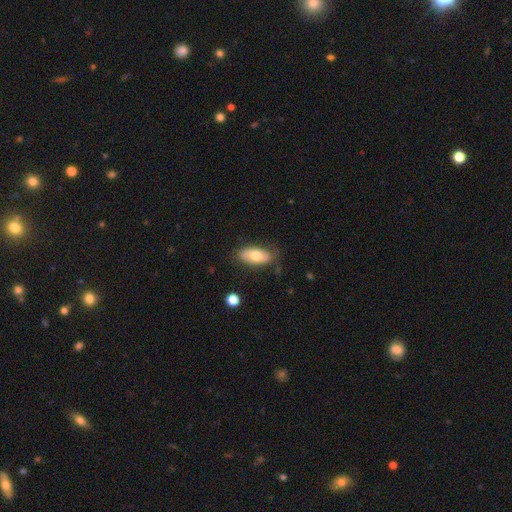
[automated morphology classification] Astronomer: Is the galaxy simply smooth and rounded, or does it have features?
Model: smooth — 67%.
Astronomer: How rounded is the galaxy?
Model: in between — 90%.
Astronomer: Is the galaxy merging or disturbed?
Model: none — 77%.